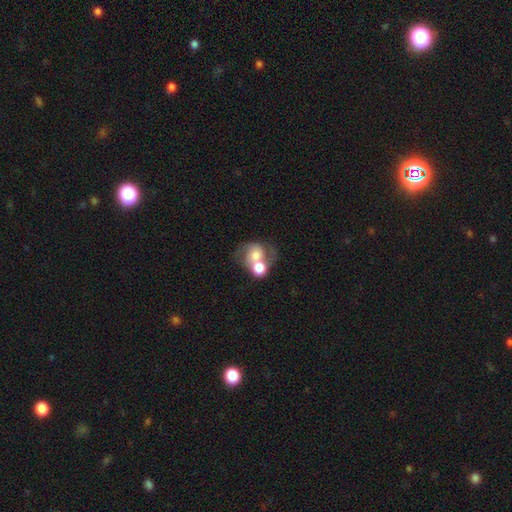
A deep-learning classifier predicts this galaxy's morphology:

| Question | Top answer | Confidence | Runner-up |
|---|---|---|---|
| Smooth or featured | smooth | 53% | featured or disk (39%) |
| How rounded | round | 61% | in between (37%) |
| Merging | merger | 68% | none (16%) |